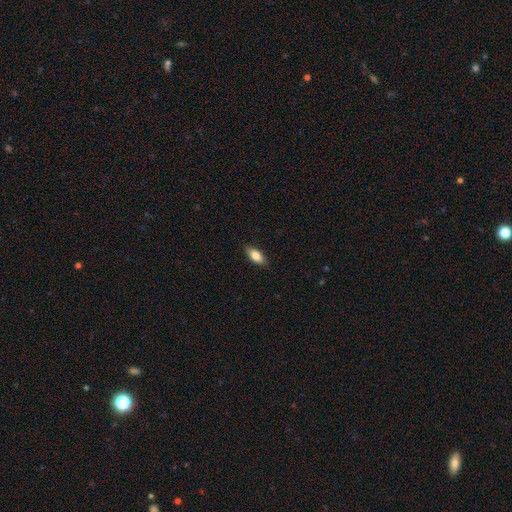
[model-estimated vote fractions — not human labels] This appears to be a smooth galaxy with no disk features (83%) that is in between round and cigar-shaped (85%). Merging: none (87%).